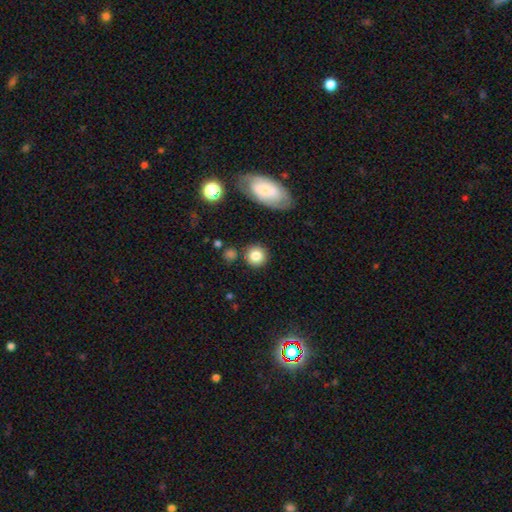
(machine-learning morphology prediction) smooth-or-featured: smooth: 82% | star or artifact: 9% | featured or disk: 9%
  how-rounded: round: 90% | in between: 8% | cigar-shaped: 1%
  merging: none: 84% | minor disturbance: 9% | merger: 5% | major disturbance: 3%